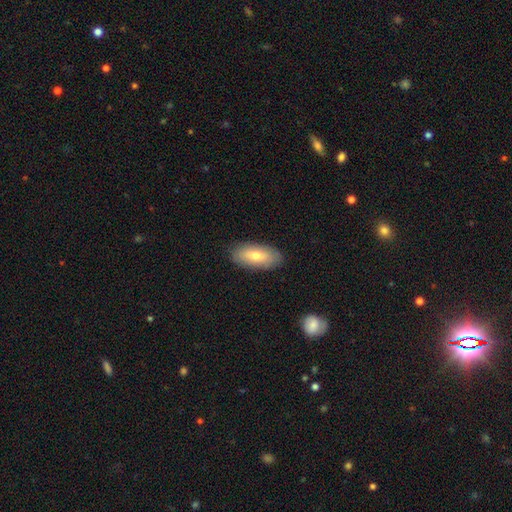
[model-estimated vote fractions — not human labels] A smooth galaxy with no disk features (69%) that is in between round and cigar-shaped (87%). Merging: none (87%).